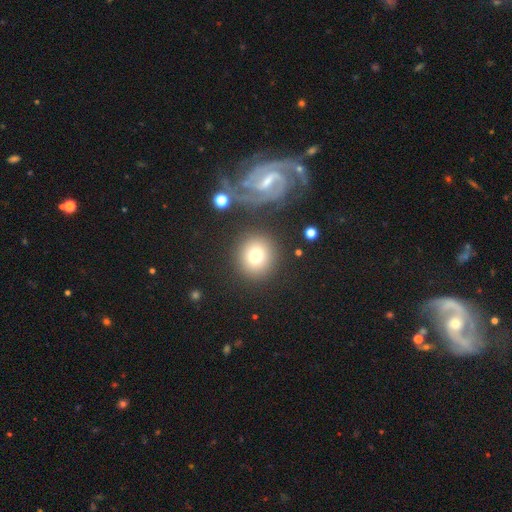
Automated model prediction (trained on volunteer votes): Smooth or featured? smooth (75%)
How rounded? round (90%)
Merging? none (83%)